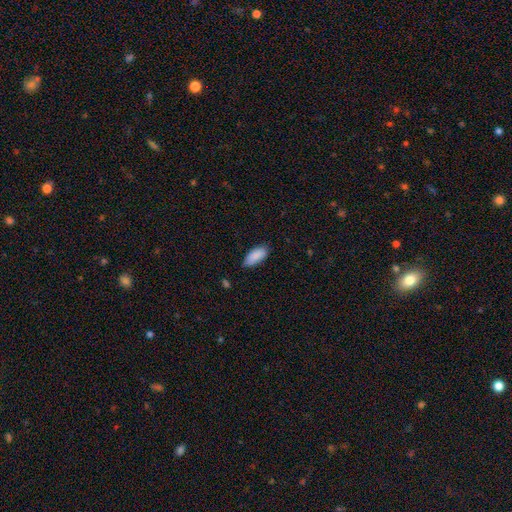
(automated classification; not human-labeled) A smooth galaxy with no disk features (89%) that is in between round and cigar-shaped (88%).

Vote fractions:
- Smooth or featured? smooth: 89% / star or artifact: 6% / featured or disk: 5%
- How rounded? in between: 88% / cigar-shaped: 10% / round: 2%
- Merging? none: 77% / minor disturbance: 18% / major disturbance: 3% / merger: 1%